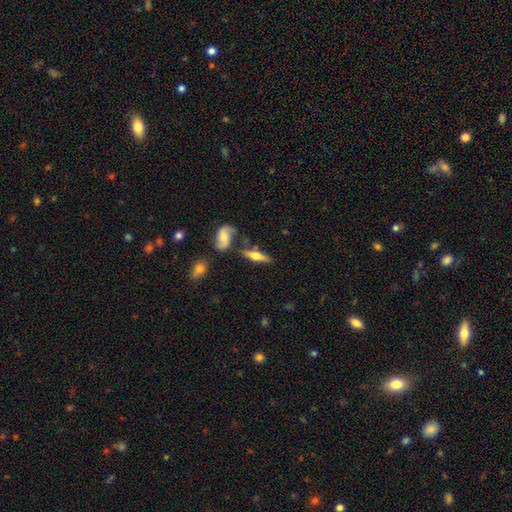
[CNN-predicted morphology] A featured or disk galaxy (53%) viewed edge-on (86%).

Vote fractions:
- Smooth or featured? featured or disk: 53% / smooth: 41% / star or artifact: 6%
- Edge-on disk? yes: 86% / no: 14%
- Merging? none: 64% / minor disturbance: 17% / merger: 14% / major disturbance: 6%